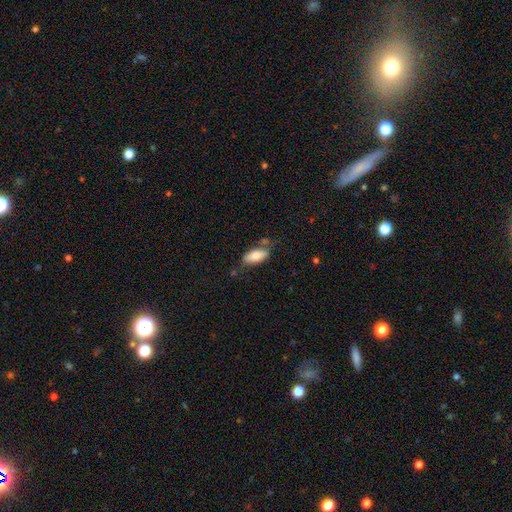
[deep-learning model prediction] smooth_or_featured: smooth (p=0.79) [alt: featured or disk p=0.15]
how_rounded: in between (p=0.87) [alt: cigar-shaped p=0.11]
merging: none (p=0.63) [alt: minor disturbance p=0.22]